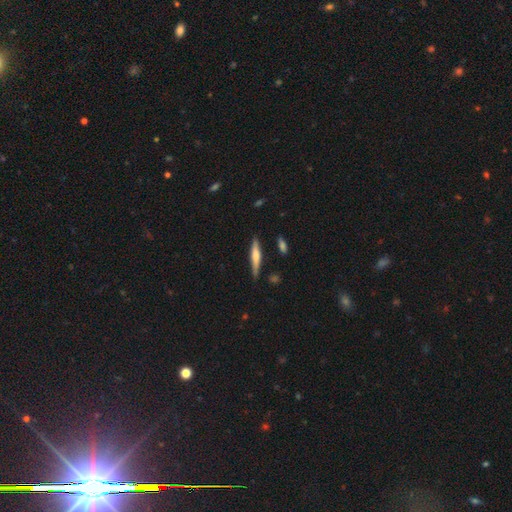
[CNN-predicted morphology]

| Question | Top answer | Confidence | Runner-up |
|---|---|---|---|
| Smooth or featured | featured or disk | 51% | smooth (43%) |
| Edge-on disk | yes | 96% | no (4%) |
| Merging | none | 84% | minor disturbance (11%) |